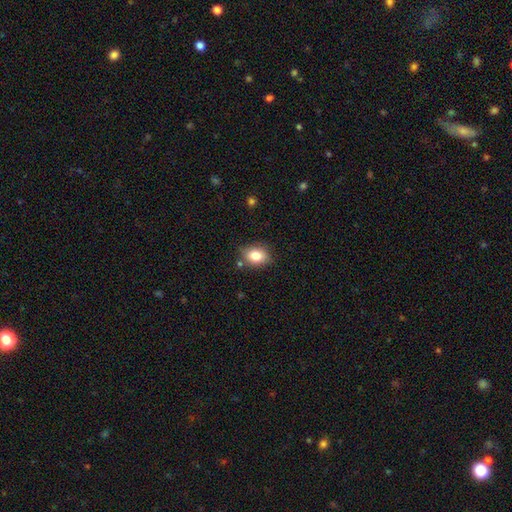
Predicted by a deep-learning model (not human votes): Overall: smooth (82%). How rounded: in between (62%; round 37%). Merging: none (76%).